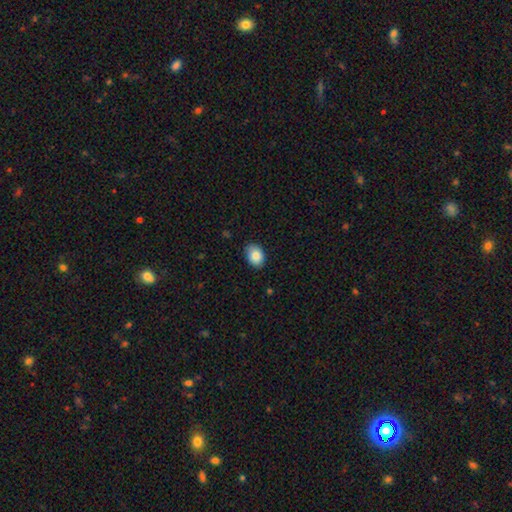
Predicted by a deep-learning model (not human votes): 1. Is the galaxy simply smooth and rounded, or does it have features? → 87% smooth, 7% star or artifact, 6% featured or disk.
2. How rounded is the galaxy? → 78% in between, 21% round, 1% cigar-shaped.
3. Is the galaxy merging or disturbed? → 83% none, 14% minor disturbance, 2% major disturbance, 1% merger.